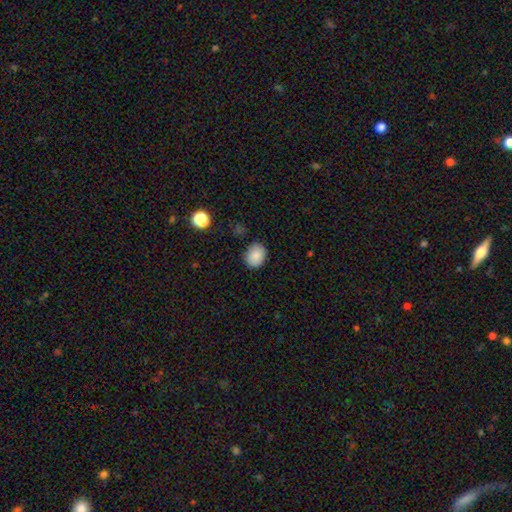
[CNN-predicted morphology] The model was most divided on "how rounded": round: 52%, in between: 47%, cigar-shaped: 1%. More confident: smooth or featured — smooth (87%); merging — none (83%).